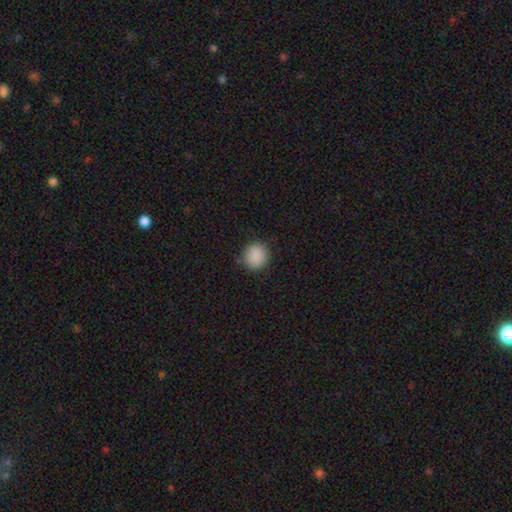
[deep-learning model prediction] Smooth or featured: smooth — 89% (star or artifact — 8%)
How rounded: round — 84% (in between — 15%)
Merging: none — 84% (minor disturbance — 12%)